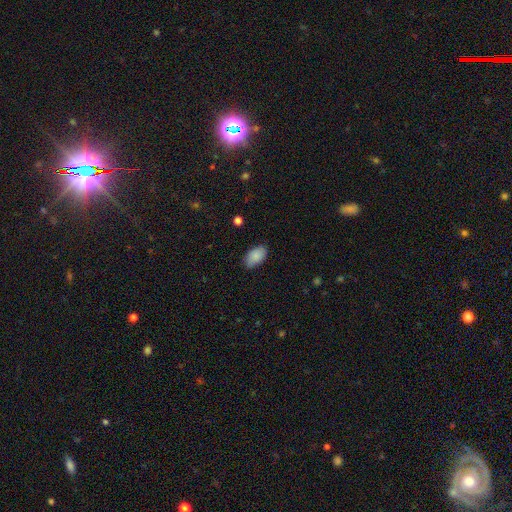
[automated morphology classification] A smooth galaxy with no disk features (88%) that is in between round and cigar-shaped (94%). Merging: none (84%).